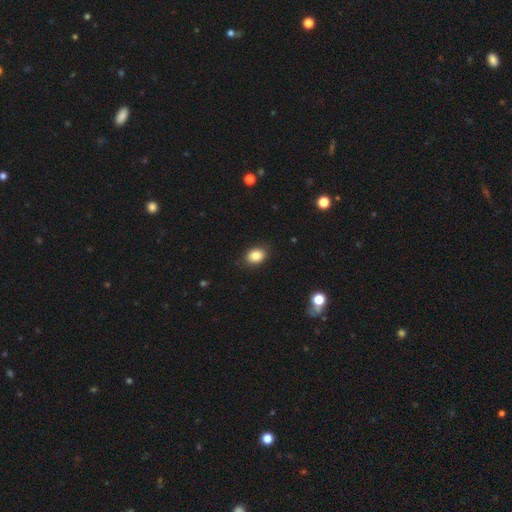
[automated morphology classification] The model was most divided on "how rounded": in between: 65%, round: 34%, cigar-shaped: 1%. More confident: merging — none (85%); smooth or featured — smooth (85%).